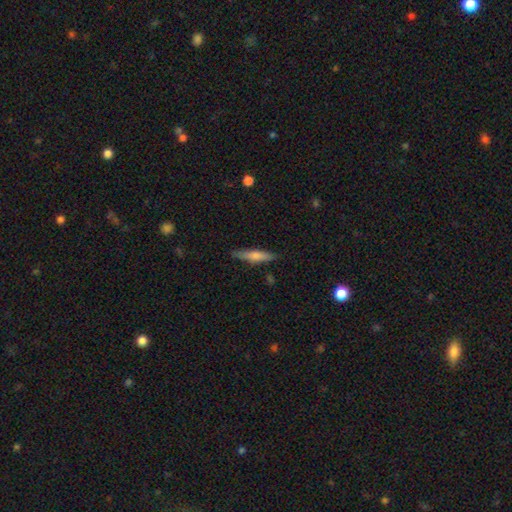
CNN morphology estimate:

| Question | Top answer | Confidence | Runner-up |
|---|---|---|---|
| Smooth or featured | smooth | 67% | featured or disk (27%) |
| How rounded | cigar-shaped | 84% | in between (14%) |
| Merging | none | 84% | minor disturbance (12%) |